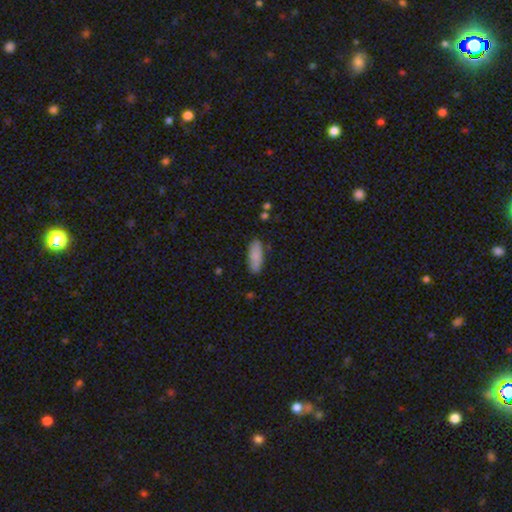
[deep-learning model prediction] The model was most divided on "how rounded": in between: 75%, cigar-shaped: 23%, round: 2%. More confident: smooth or featured — smooth (85%); merging — none (82%).